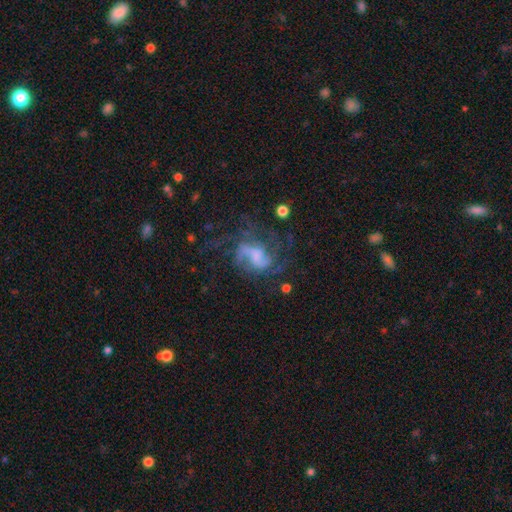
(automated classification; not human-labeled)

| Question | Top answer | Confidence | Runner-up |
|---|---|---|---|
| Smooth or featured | featured or disk | 72% | smooth (16%) |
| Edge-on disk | no | 97% | yes (3%) |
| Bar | no | 47% | weak (39%) |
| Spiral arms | yes | 82% | no (18%) |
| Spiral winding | medium | 42% | loose (41%) |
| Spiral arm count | can't tell | 30% | 2 (25%) |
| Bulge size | none | 30% | moderate (28%) |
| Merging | none | 42% | major disturbance (38%) |